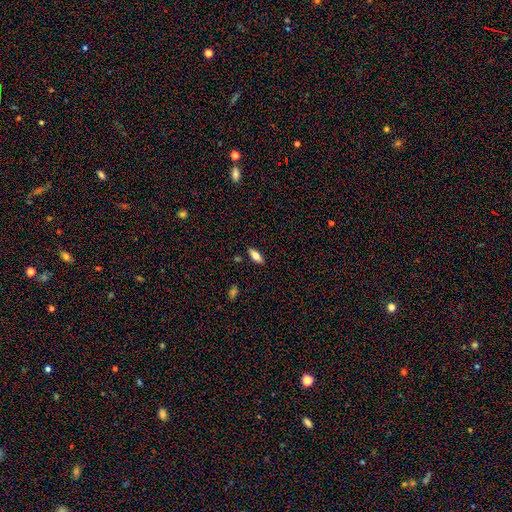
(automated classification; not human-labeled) smooth-or-featured: smooth: 73% | featured or disk: 19% | star or artifact: 8%
  how-rounded: in between: 82% | cigar-shaped: 15% | round: 3%
  merging: none: 88% | minor disturbance: 9% | major disturbance: 2% | merger: 2%